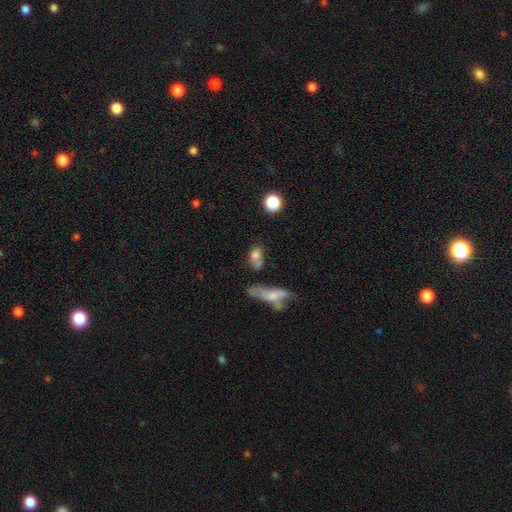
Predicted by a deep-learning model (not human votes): This is likely a smooth galaxy (71%). How rounded: likely in between (70%). Merging: marginally none (36%).